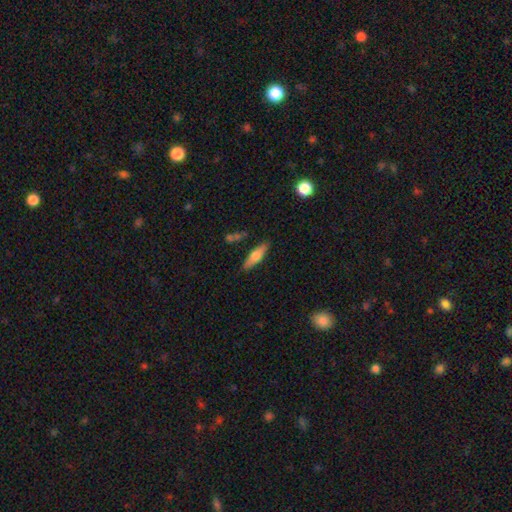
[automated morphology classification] smooth 59%, featured or disk 35%, star or artifact 6%. Down the decision tree: how rounded — cigar-shaped (62%); merging — none (83%).